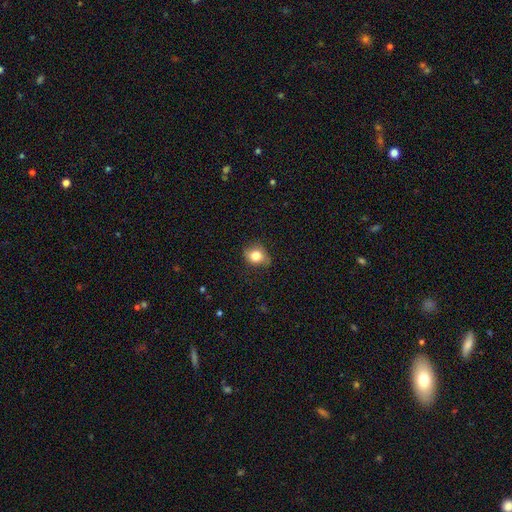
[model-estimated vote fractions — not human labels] Overall: smooth (78%). How rounded: round (57%; in between 42%). Merging: none (68%).